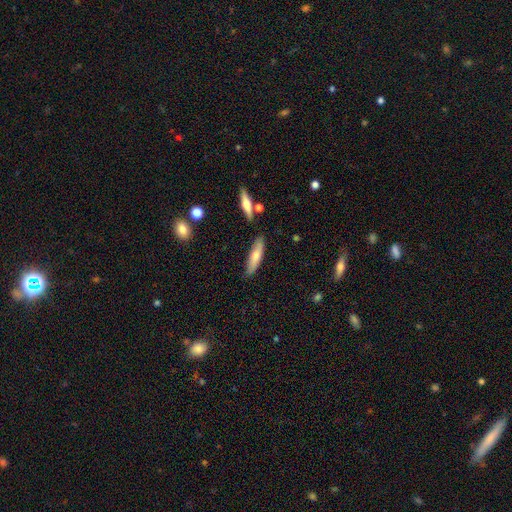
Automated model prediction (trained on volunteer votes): Smooth or featured? smooth (68%)
How rounded? cigar-shaped (69%)
Merging? none (77%)